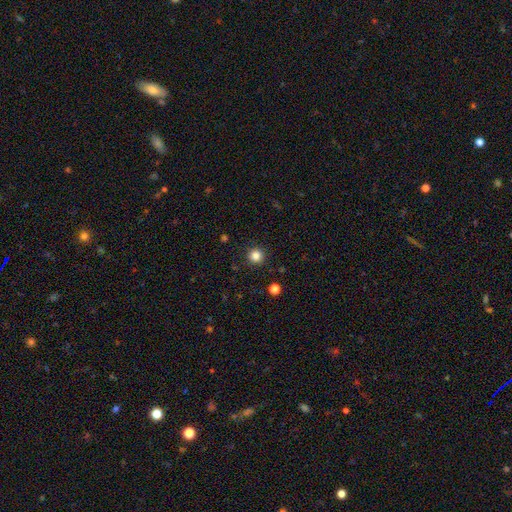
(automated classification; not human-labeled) smooth-or-featured: smooth: 84% | star or artifact: 12% | featured or disk: 4%
  how-rounded: round: 96% | in between: 4% | cigar-shaped: 1%
  merging: none: 92% | minor disturbance: 5% | major disturbance: 2% | merger: 1%